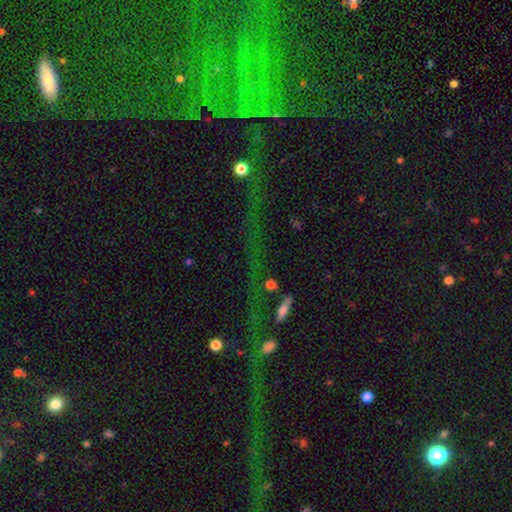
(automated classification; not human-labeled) Smooth or featured? Predicted: star or artifact (p=0.75).